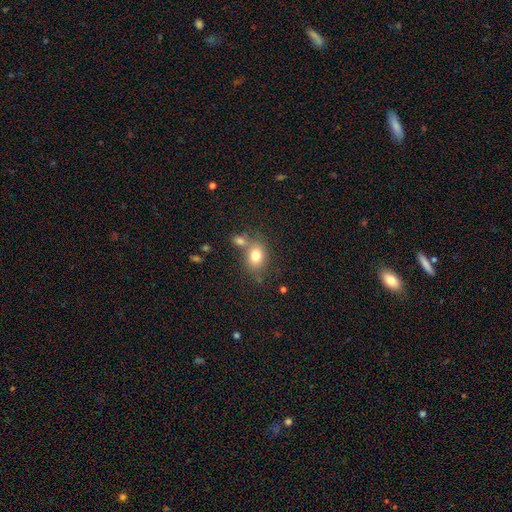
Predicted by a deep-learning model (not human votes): smooth-or-featured: smooth: 78% | featured or disk: 12% | star or artifact: 10%
  how-rounded: in between: 67% | round: 31% | cigar-shaped: 1%
  merging: none: 55% | merger: 25% | minor disturbance: 14% | major disturbance: 5%